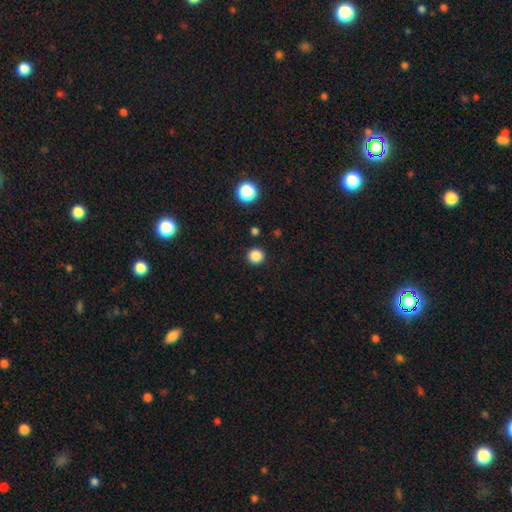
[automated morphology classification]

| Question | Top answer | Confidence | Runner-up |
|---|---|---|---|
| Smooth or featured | smooth | 85% | star or artifact (12%) |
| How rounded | round | 95% | in between (4%) |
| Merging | none | 92% | minor disturbance (5%) |